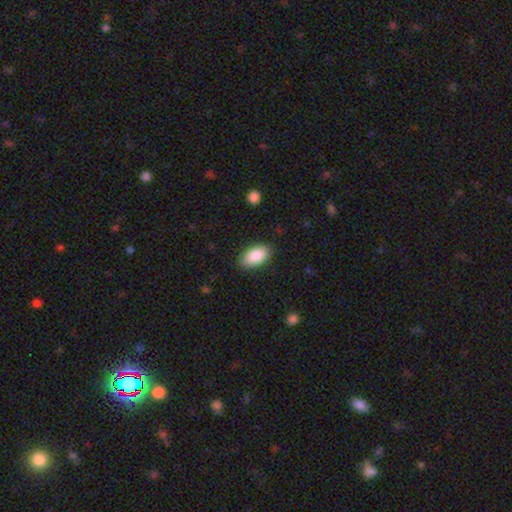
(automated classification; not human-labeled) The model was most divided on "merging": none: 87%, minor disturbance: 10%, major disturbance: 2%, merger: 1%. More confident: how rounded — in between (94%); smooth or featured — smooth (88%).